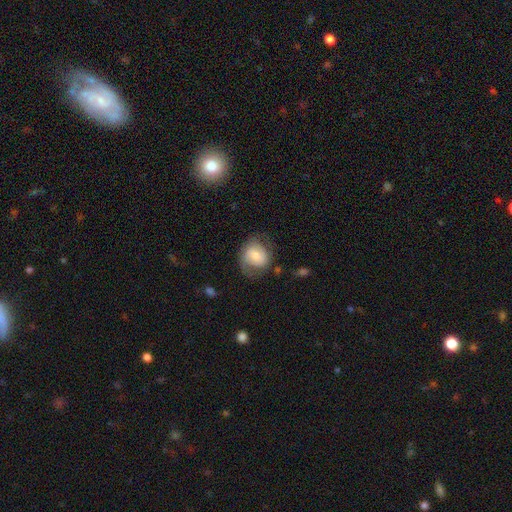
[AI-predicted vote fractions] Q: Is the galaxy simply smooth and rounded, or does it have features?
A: smooth — 56%.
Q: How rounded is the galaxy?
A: round — 67%.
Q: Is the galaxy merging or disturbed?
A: none — 59%.